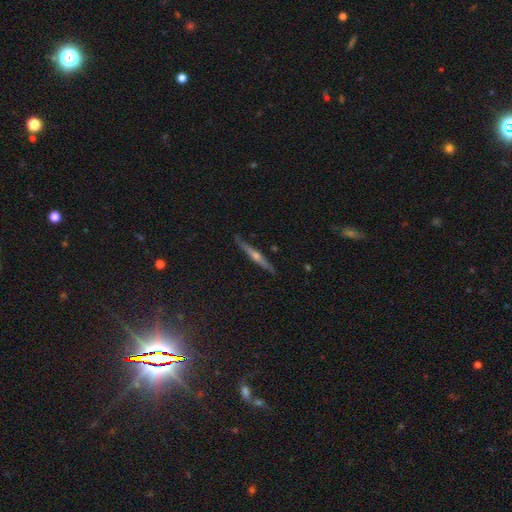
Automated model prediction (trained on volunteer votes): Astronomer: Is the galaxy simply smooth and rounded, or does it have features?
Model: featured or disk — 74%.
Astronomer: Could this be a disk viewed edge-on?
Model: yes — 98%.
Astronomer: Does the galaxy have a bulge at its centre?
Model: rounded — 85%.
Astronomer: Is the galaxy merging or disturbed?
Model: none — 89%.